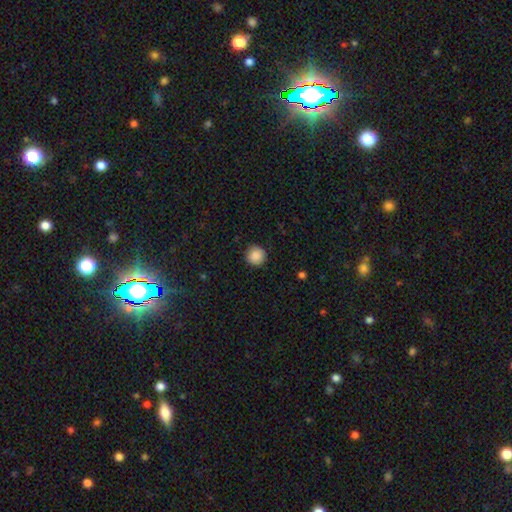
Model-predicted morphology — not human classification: Smooth or featured? smooth (88%)
How rounded? round (95%)
Merging? none (89%)